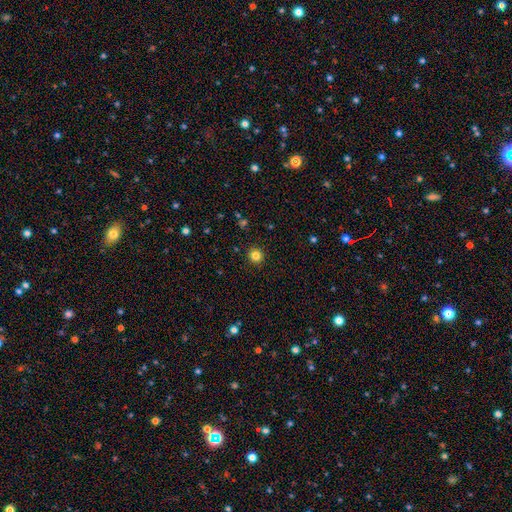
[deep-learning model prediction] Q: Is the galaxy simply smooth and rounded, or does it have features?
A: smooth — 83%.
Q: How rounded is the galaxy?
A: round — 92%.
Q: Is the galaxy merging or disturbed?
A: none — 92%.